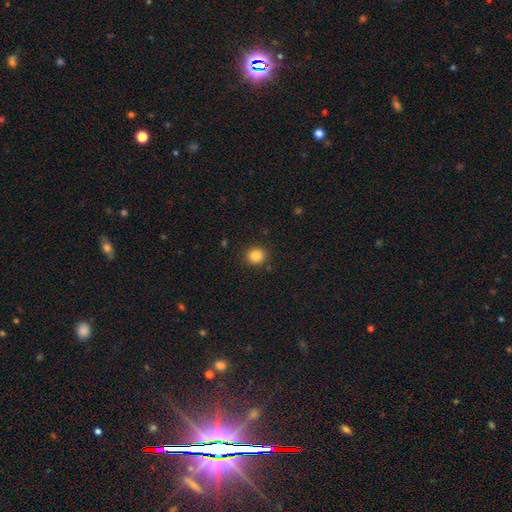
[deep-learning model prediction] smooth-or-featured: smooth: 84% | star or artifact: 11% | featured or disk: 5%
  how-rounded: round: 86% | in between: 13% | cigar-shaped: 1%
  merging: none: 90% | minor disturbance: 7% | major disturbance: 2% | merger: 1%